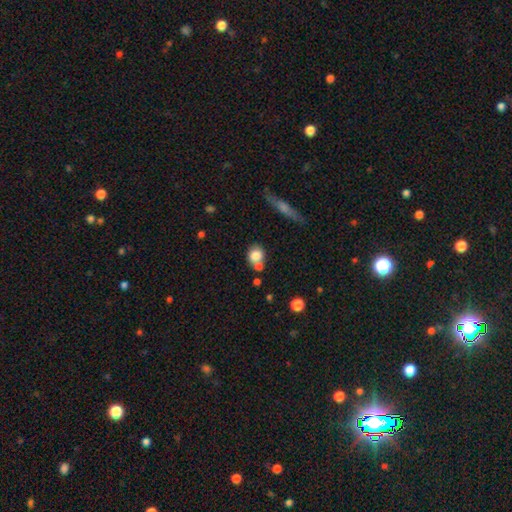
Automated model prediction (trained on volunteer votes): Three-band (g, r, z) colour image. It shows a smooth galaxy with no disk features (78%) that is round (71%). Merging: none (50%).